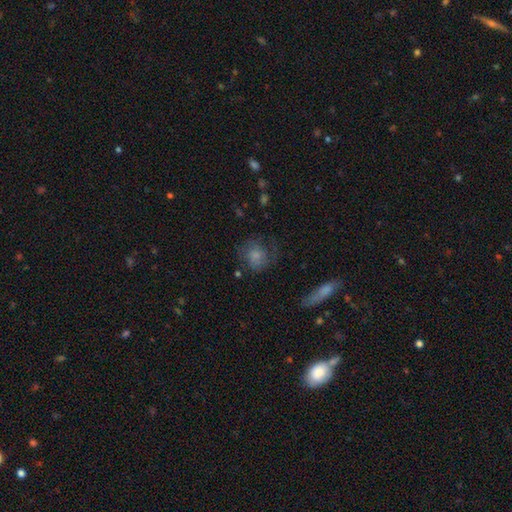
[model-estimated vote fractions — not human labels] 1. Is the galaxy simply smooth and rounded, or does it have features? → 67% smooth, 22% featured or disk, 10% star or artifact.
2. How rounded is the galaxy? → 77% round, 22% in between, 1% cigar-shaped.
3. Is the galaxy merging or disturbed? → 54% none, 23% minor disturbance, 20% major disturbance, 3% merger.